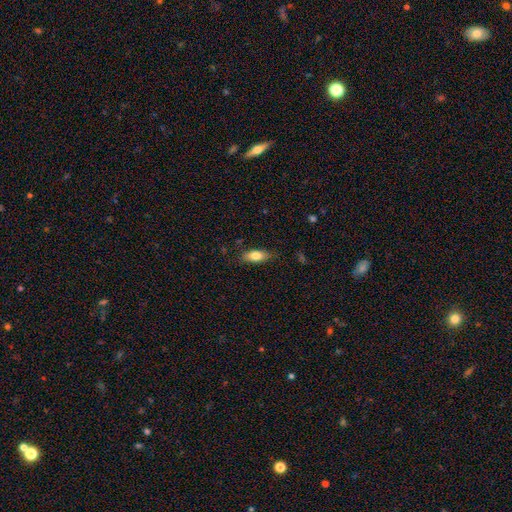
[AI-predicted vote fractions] A smooth galaxy with no disk features (78%) that is in between round and cigar-shaped (79%).

Vote fractions:
- Smooth or featured? smooth: 78% / featured or disk: 14% / star or artifact: 7%
- How rounded? in between: 79% / cigar-shaped: 18% / round: 3%
- Merging? none: 80% / minor disturbance: 16% / major disturbance: 3% / merger: 1%